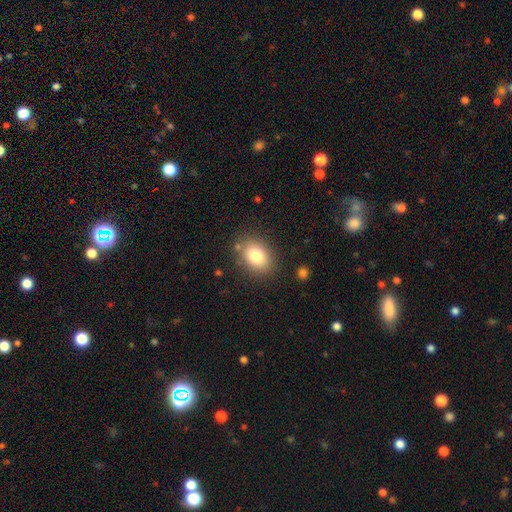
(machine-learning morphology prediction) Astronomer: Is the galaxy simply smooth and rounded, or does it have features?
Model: smooth — 81%.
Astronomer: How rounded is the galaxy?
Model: in between — 68%.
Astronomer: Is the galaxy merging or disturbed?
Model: none — 82%.